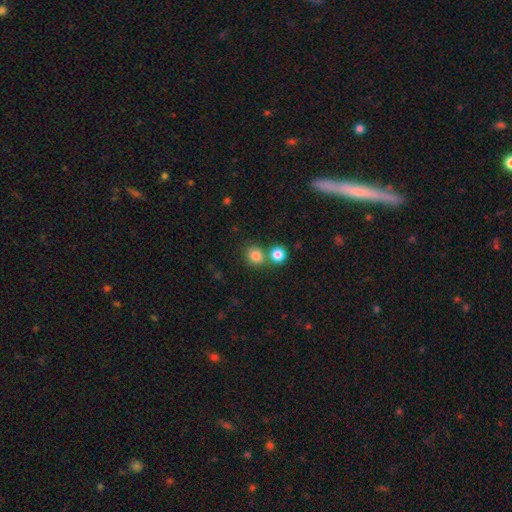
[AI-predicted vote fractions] The model was most divided on "merging": none: 59%, merger: 30%, minor disturbance: 8%, major disturbance: 3%. More confident: smooth or featured — smooth (82%); how rounded — round (80%).